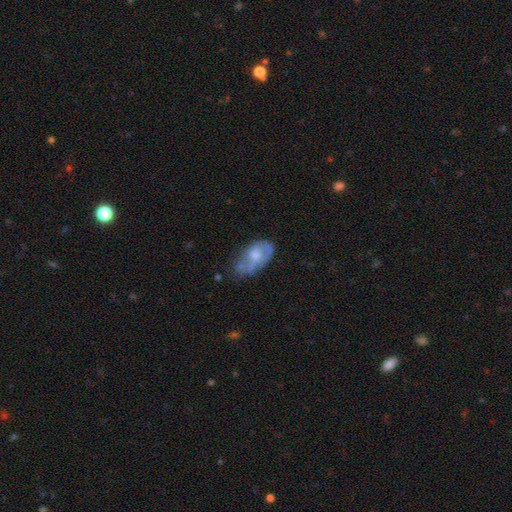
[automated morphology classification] This is possibly a featured or disk galaxy (48%). Merging: marginally none (40%).